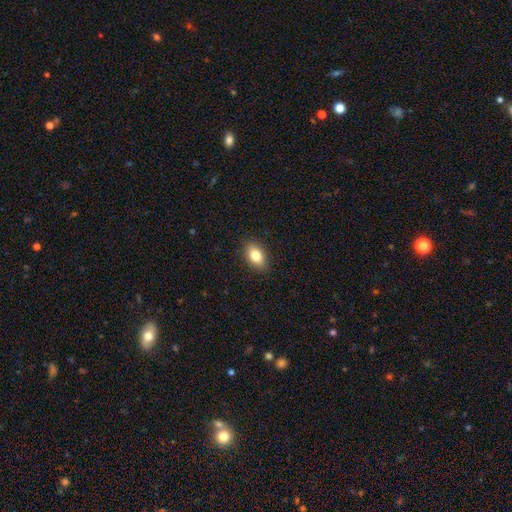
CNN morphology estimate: Smooth or featured?
  - smooth: 81% *
  - featured or disk: 10%
  - star or artifact: 8%
How rounded?
  - in between: 87% *
  - round: 10%
  - cigar-shaped: 3%
Merging?
  - none: 88% *
  - minor disturbance: 9%
  - major disturbance: 2%
  - merger: 1%